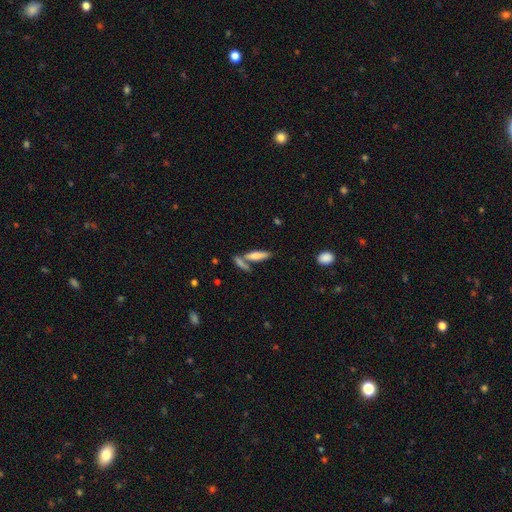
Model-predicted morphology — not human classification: Smooth or featured? Predicted: smooth (p=0.71). How rounded? Predicted: cigar-shaped (p=0.63). Merging? Predicted: none (p=0.54).